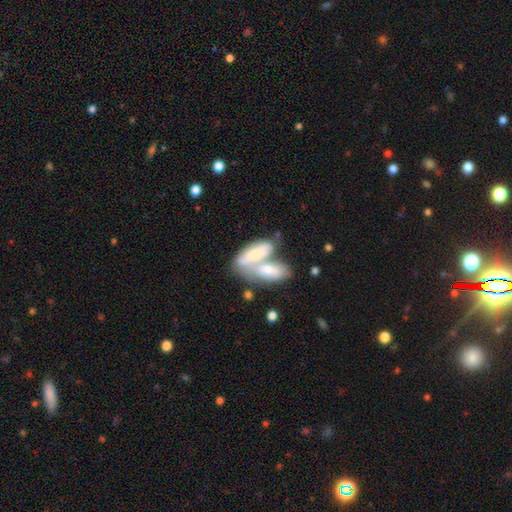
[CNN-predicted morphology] Q: Smooth or featured?
A: smooth (68%); runner-up: featured or disk (26%)
Q: How rounded?
A: in between (80%); runner-up: cigar-shaped (17%)
Q: Merging?
A: merger (68%); runner-up: none (17%)